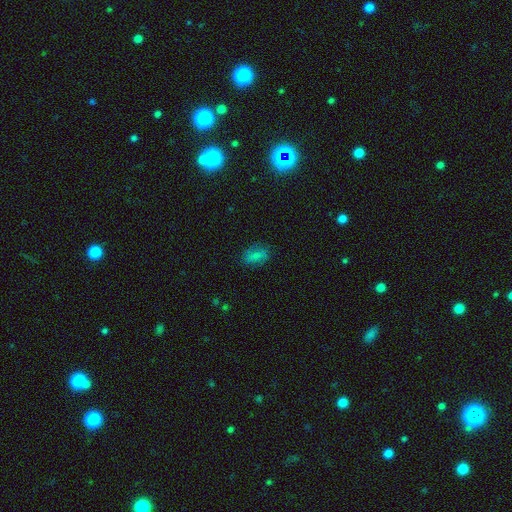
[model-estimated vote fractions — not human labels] A smooth galaxy with no disk features (71%) that is in between round and cigar-shaped (81%).

Vote fractions:
- Smooth or featured? smooth: 71% / featured or disk: 18% / star or artifact: 11%
- How rounded? in between: 81% / round: 14% / cigar-shaped: 4%
- Merging? none: 76% / minor disturbance: 17% / major disturbance: 5% / merger: 1%